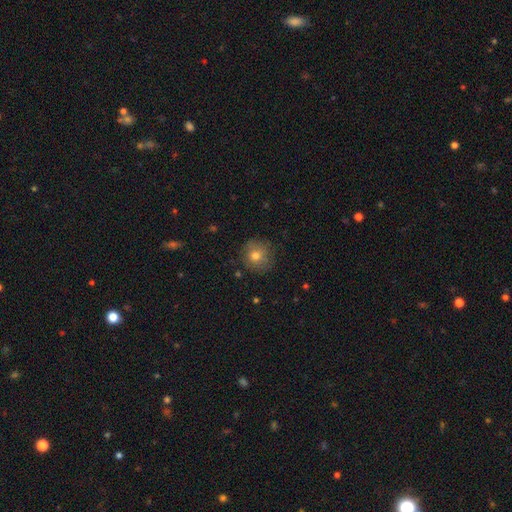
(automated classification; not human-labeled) Smooth or featured?
  - smooth: 74% *
  - featured or disk: 15%
  - star or artifact: 11%
How rounded?
  - round: 89% *
  - in between: 10%
  - cigar-shaped: 1%
Merging?
  - none: 79% *
  - minor disturbance: 15%
  - major disturbance: 4%
  - merger: 1%